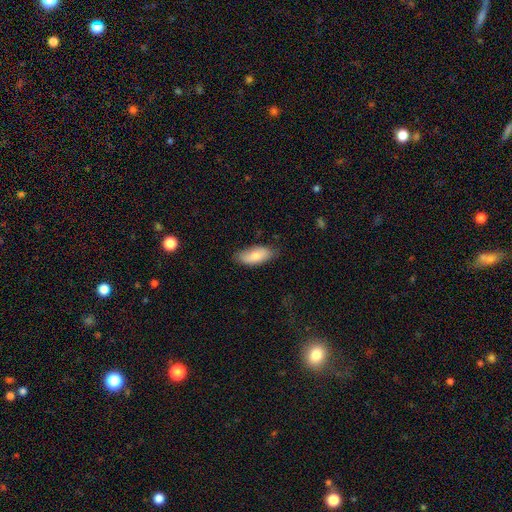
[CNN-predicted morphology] Smooth or featured? smooth (78%)
How rounded? in between (87%)
Merging? none (74%)